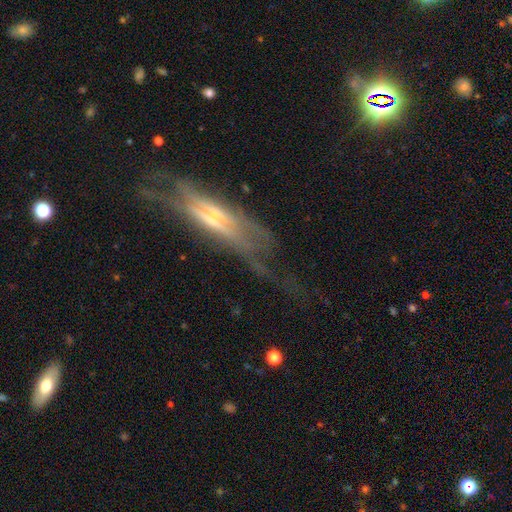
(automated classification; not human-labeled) This appears to be a featured or disk galaxy (69%). Merging: none (49%).